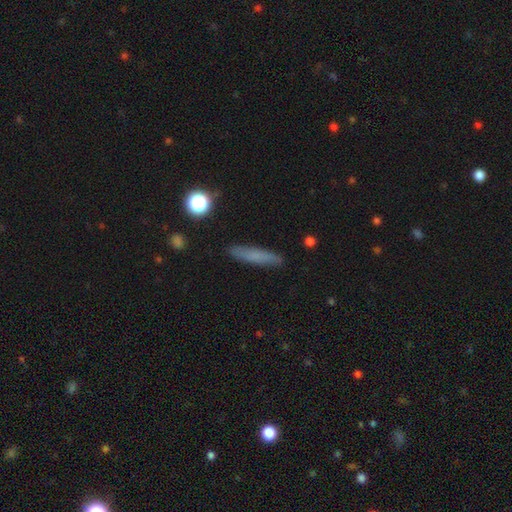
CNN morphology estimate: Smooth or featured?
  - smooth: 71% *
  - featured or disk: 20%
  - star or artifact: 9%
How rounded?
  - cigar-shaped: 88% *
  - in between: 10%
  - round: 2%
Merging?
  - none: 87% *
  - minor disturbance: 9%
  - major disturbance: 2%
  - merger: 1%